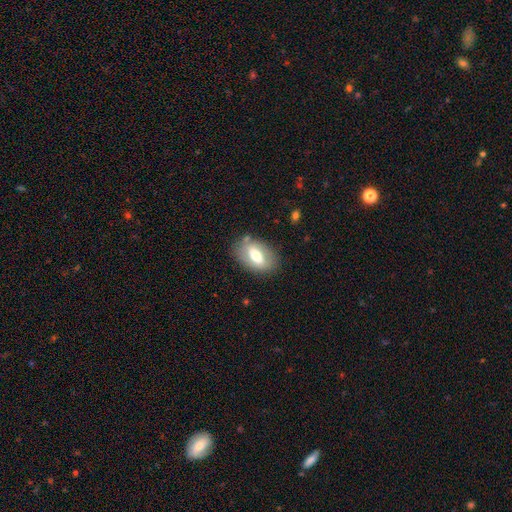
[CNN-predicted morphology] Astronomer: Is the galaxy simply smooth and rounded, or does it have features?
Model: smooth — 54% (runner-up: featured or disk, 39%).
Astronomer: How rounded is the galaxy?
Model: in between — 89%.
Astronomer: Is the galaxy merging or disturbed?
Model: none — 78%.